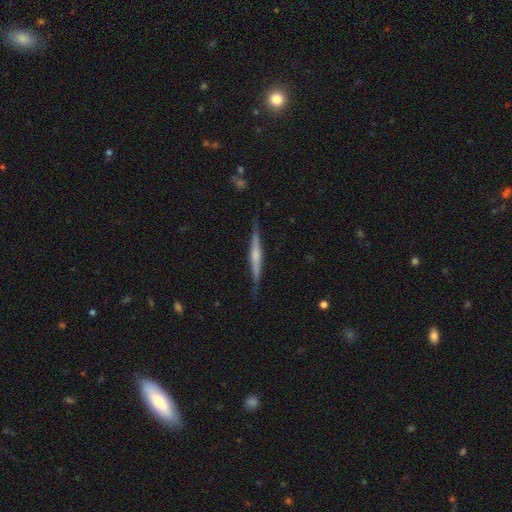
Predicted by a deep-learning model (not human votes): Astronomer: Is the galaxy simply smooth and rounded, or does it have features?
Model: featured or disk — 72%.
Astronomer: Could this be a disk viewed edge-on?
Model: yes — 98%.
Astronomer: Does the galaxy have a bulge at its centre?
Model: rounded — 65%.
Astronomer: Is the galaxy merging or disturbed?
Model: none — 87%.